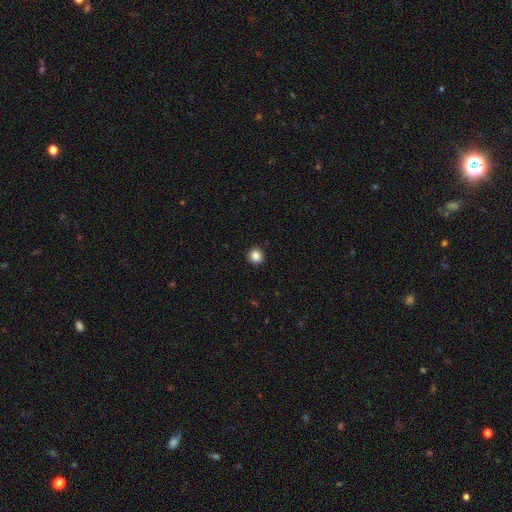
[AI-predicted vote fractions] smooth-or-featured: smooth: 86% | star or artifact: 10% | featured or disk: 4%
  how-rounded: round: 92% | in between: 7% | cigar-shaped: 1%
  merging: none: 92% | minor disturbance: 5% | major disturbance: 2% | merger: 1%